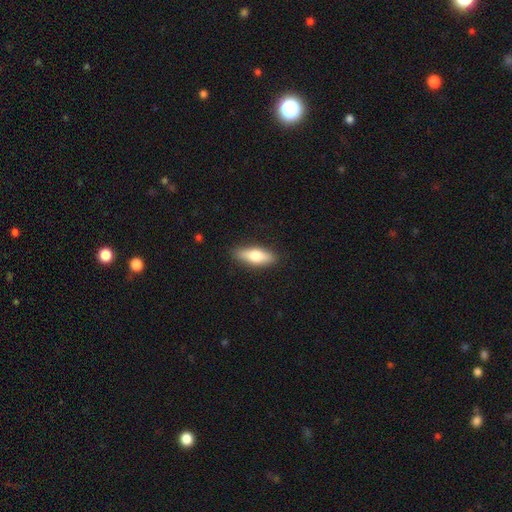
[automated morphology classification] This appears to be a smooth galaxy with no disk features (68%) that is in between round and cigar-shaped (60%). Merging: none (88%).